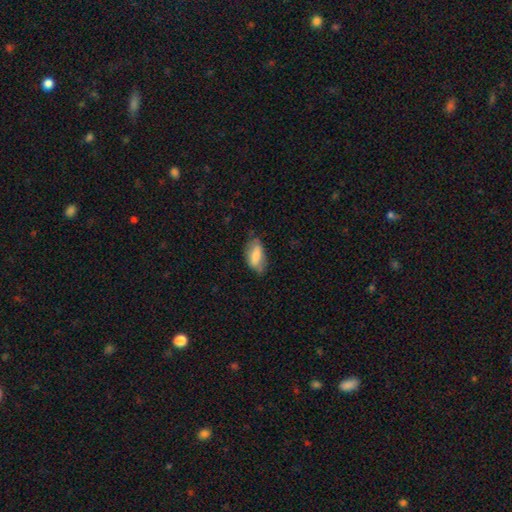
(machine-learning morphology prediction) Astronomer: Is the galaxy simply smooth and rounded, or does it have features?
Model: smooth — 73%.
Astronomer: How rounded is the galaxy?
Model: in between — 90%.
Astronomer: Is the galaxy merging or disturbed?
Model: none — 62%.